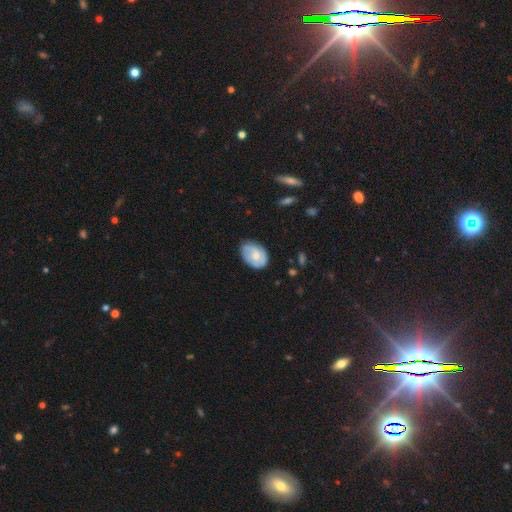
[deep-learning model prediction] smooth_or_featured: smooth (p=0.55) [alt: featured or disk p=0.39]
how_rounded: in between (p=0.78) [alt: round p=0.21]
merging: none (p=0.67) [alt: minor disturbance p=0.26]